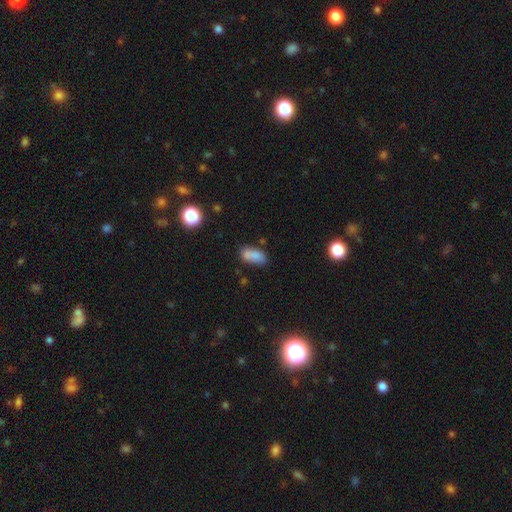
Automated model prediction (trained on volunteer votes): Morphology: type=smooth (83%); roundness=in between (85%); merging=none (63%).